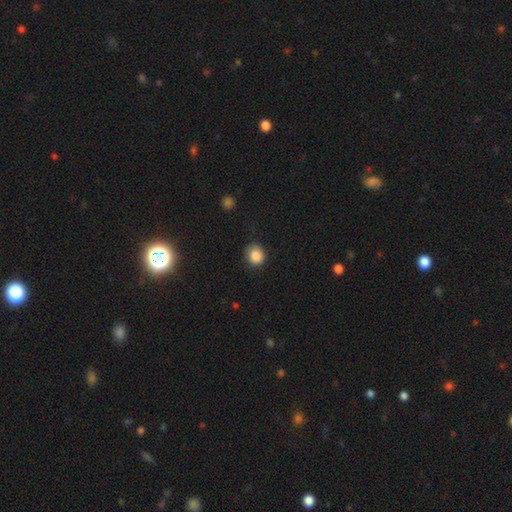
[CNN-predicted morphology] This appears to be a smooth galaxy with no disk features (87%) that is round (82%). Merging: none (81%).